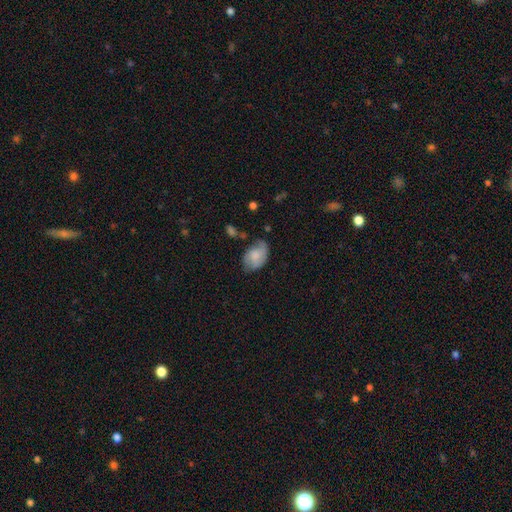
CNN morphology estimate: This is likely a smooth galaxy (64%). How rounded: clearly in between (84%). Merging: possibly none (51%).